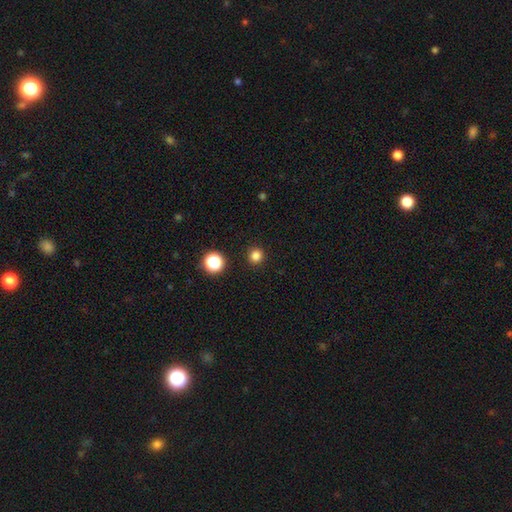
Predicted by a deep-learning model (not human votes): smooth_or_featured: smooth (p=0.82) [alt: star or artifact p=0.15]
how_rounded: round (p=0.93) [alt: in between p=0.06]
merging: none (p=0.92) [alt: minor disturbance p=0.05]